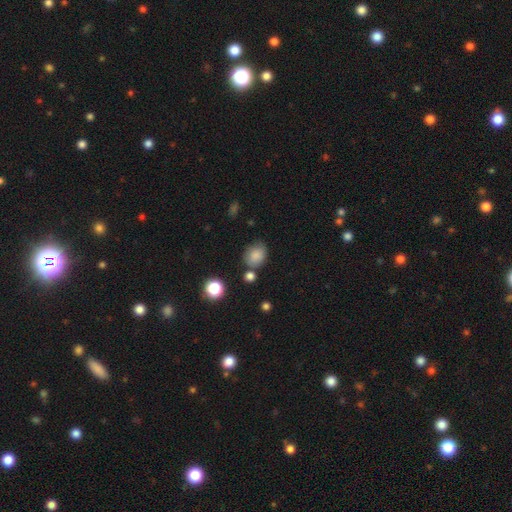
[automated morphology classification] type=smooth (83%); roundness=in between (51%); merging=none (66%).